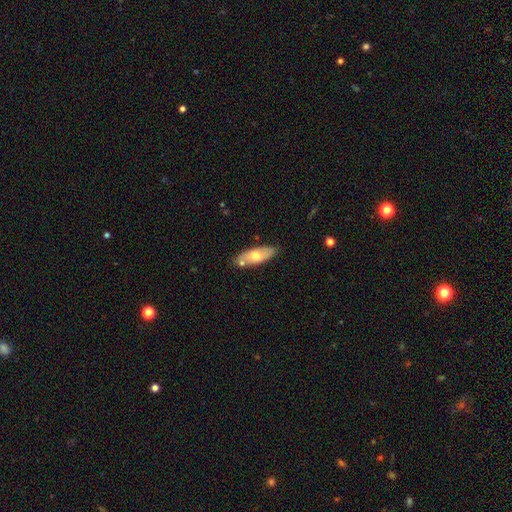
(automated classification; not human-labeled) The model was most divided on "smooth or featured": smooth: 59%, featured or disk: 35%, star or artifact: 6%. More confident: merging — none (75%); how rounded — in between (74%).